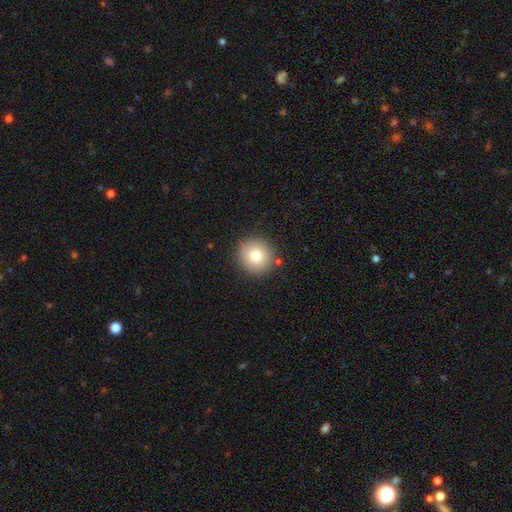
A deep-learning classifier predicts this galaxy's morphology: This is likely a smooth galaxy (79%). How rounded: clearly round (94%). Merging: clearly none (87%).